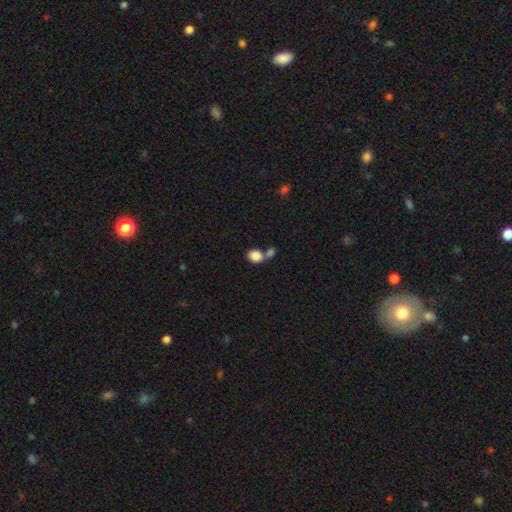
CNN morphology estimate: Smooth or featured?
  - smooth: 86% *
  - star or artifact: 8%
  - featured or disk: 6%
How rounded?
  - in between: 63% *
  - round: 36%
  - cigar-shaped: 1%
Merging?
  - merger: 47% *
  - none: 40%
  - minor disturbance: 9%
  - major disturbance: 4%